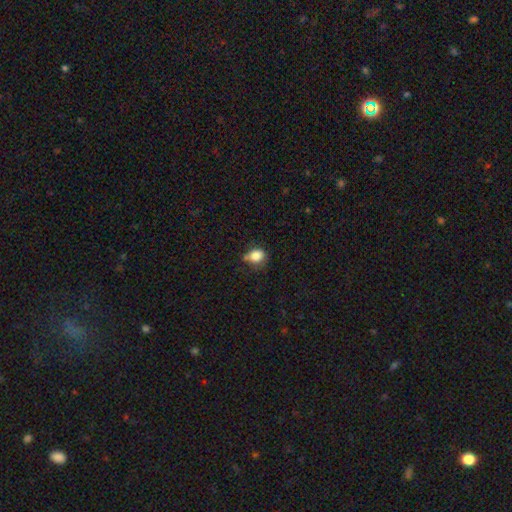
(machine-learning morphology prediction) Smooth or featured? smooth (84%)
How rounded? round (53%)
Merging? none (55%)